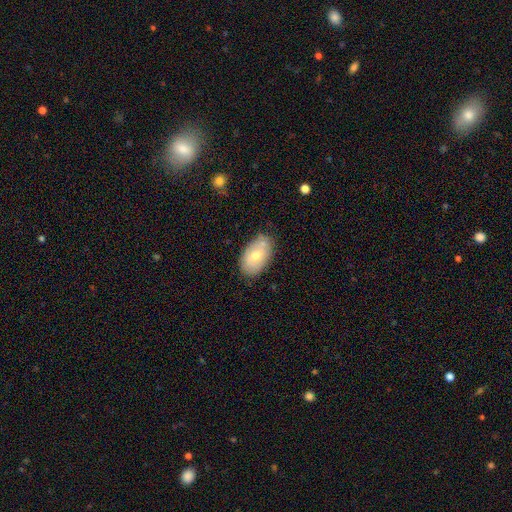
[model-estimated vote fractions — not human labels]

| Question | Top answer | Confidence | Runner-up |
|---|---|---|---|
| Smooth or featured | smooth | 63% | featured or disk (30%) |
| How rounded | in between | 92% | round (7%) |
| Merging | none | 74% | minor disturbance (18%) |